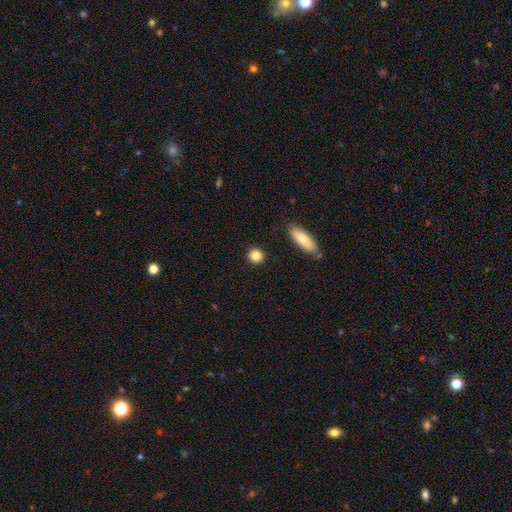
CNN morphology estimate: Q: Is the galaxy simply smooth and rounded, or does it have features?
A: smooth — 84%.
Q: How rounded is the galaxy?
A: round — 85%.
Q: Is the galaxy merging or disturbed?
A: none — 90%.